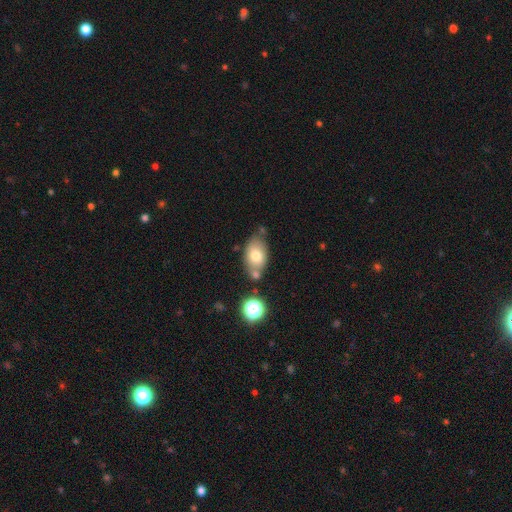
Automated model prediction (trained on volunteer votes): This is likely a smooth galaxy (73%). How rounded: clearly in between (85%). Merging: possibly none (59%).